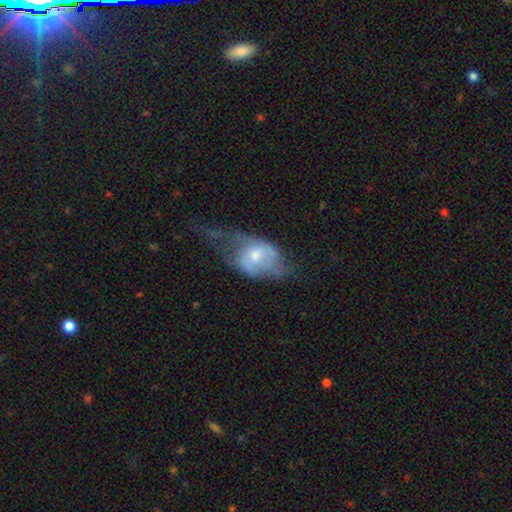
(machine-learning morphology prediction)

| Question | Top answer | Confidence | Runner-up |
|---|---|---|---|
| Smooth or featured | featured or disk | 59% | smooth (34%) |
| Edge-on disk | no | 94% | yes (6%) |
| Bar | no | 66% | weak (29%) |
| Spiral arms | yes | 63% | no (37%) |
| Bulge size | moderate | 58% | small (29%) |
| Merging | major disturbance | 49% | none (25%) |